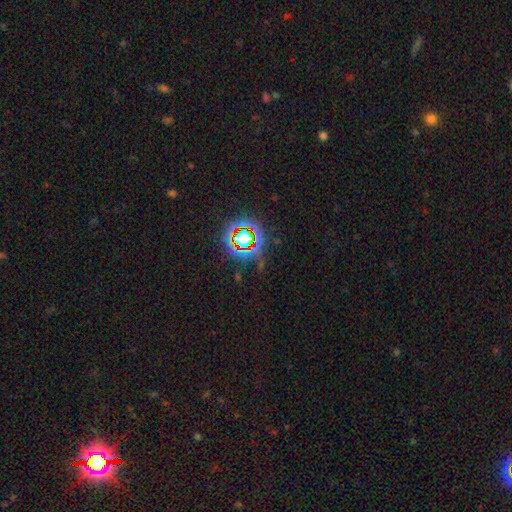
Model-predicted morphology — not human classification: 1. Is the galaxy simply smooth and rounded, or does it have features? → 79% star or artifact, 12% smooth, 9% featured or disk.